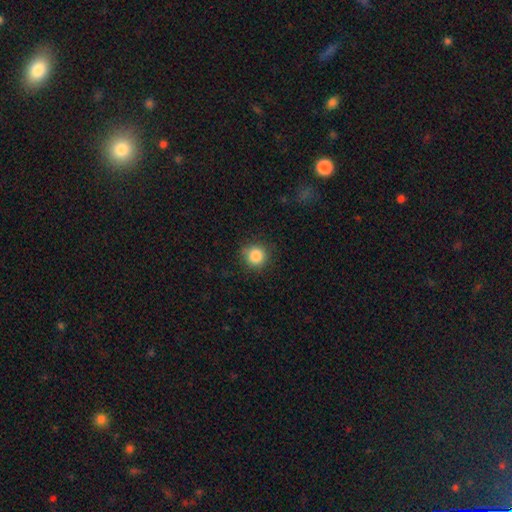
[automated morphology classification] smooth_or_featured: smooth (p=0.86) [alt: star or artifact p=0.10]
how_rounded: round (p=0.92) [alt: in between p=0.07]
merging: none (p=0.84) [alt: minor disturbance p=0.11]